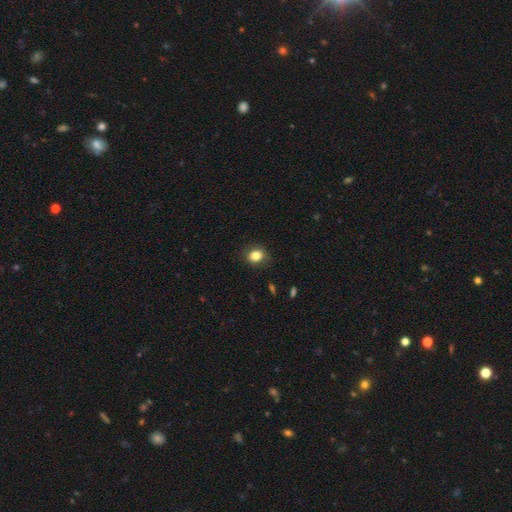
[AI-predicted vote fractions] A smooth galaxy with no disk features (84%) that is round (57%).

Vote fractions:
- Smooth or featured? smooth: 84% / star or artifact: 10% / featured or disk: 6%
- How rounded? round: 57% / in between: 42% / cigar-shaped: 1%
- Merging? none: 86% / minor disturbance: 11% / major disturbance: 3% / merger: 1%